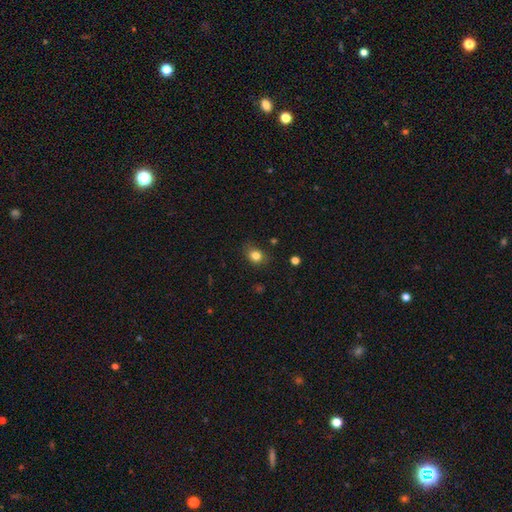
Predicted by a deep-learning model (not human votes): Smooth or featured? smooth (82%)
How rounded? round (58%)
Merging? none (76%)